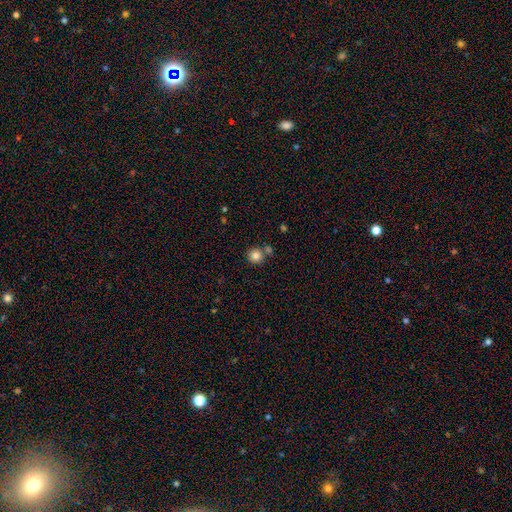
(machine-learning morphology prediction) This appears to be a smooth galaxy with no disk features (84%) that is round (93%). Merging: none (73%).